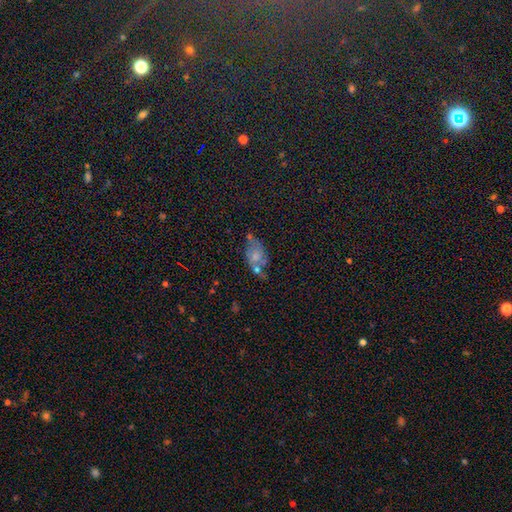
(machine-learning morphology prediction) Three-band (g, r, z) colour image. It shows a smooth galaxy with no disk features (46%). Merging: none (38%).